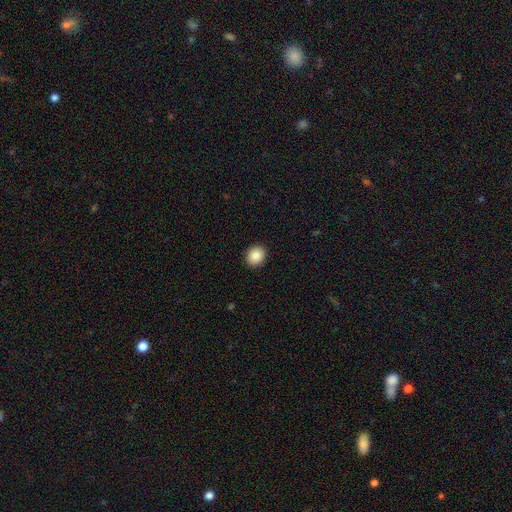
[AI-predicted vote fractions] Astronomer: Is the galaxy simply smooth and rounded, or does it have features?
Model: smooth — 87%.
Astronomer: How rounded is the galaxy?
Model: round — 68%.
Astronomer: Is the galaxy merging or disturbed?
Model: none — 92%.